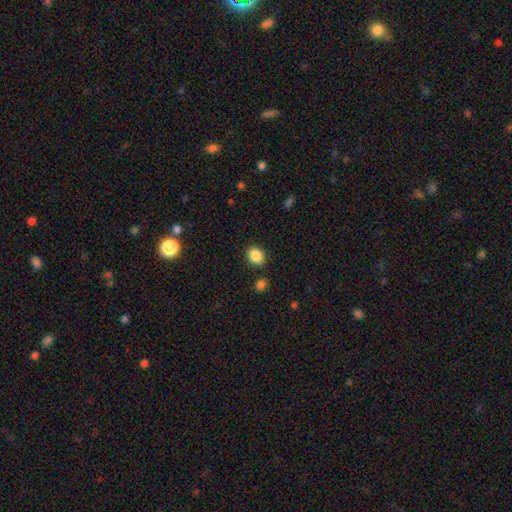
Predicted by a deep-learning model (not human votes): Morphology: type=smooth (87%); roundness=in between (53%); merging=none (86%).